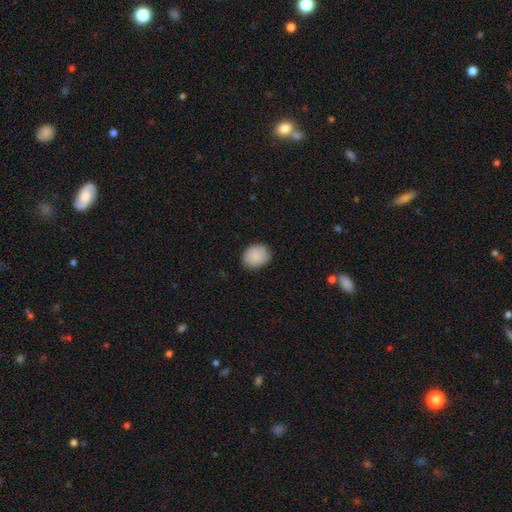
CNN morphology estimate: smooth-or-featured: smooth: 89% | star or artifact: 7% | featured or disk: 4%
  how-rounded: round: 58% | in between: 41% | cigar-shaped: 1%
  merging: none: 85% | minor disturbance: 11% | major disturbance: 2% | merger: 1%